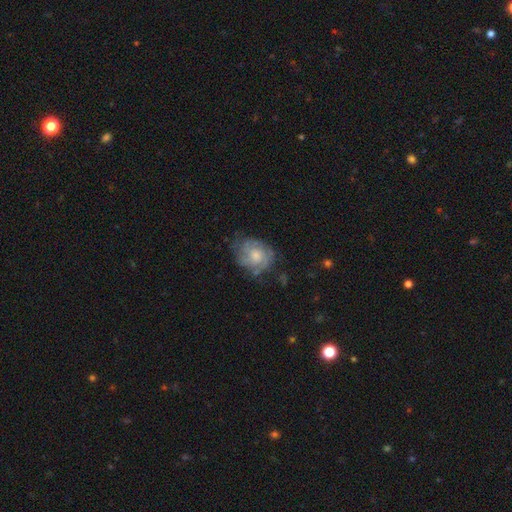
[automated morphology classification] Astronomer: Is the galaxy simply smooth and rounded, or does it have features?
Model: featured or disk — 65%.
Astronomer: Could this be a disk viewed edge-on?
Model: no — 97%.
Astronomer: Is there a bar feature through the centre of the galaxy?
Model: no — 77%.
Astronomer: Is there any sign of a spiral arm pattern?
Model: yes — 85%.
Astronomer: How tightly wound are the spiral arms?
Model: tight — 56% (runner-up: medium, 34%).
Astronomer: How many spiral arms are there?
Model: can't tell — 42% (runner-up: 2, 20%).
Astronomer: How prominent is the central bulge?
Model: moderate — 52% (runner-up: small, 33%).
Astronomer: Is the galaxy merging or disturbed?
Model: none — 65%.